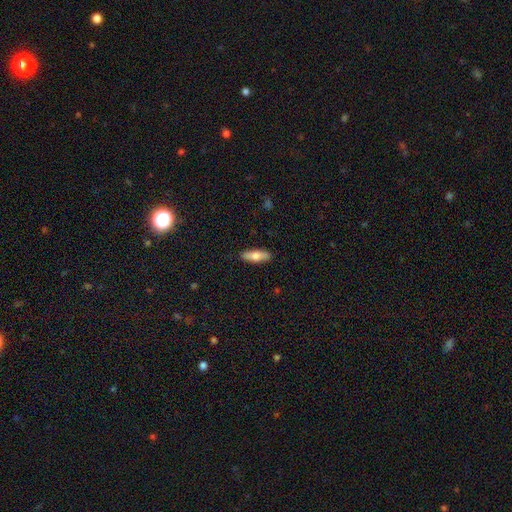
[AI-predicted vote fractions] smooth 72%, featured or disk 23%, star or artifact 6%. Down the decision tree: how rounded — in between (51%); merging — none (89%).